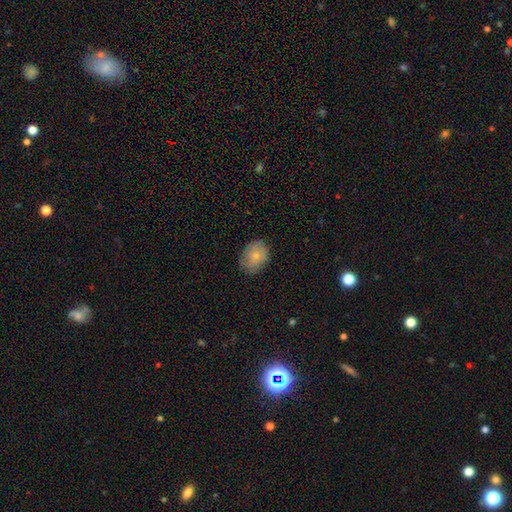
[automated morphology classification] This appears to be a smooth galaxy with no disk features (76%) that is in between round and cigar-shaped (63%). Merging: none (76%).